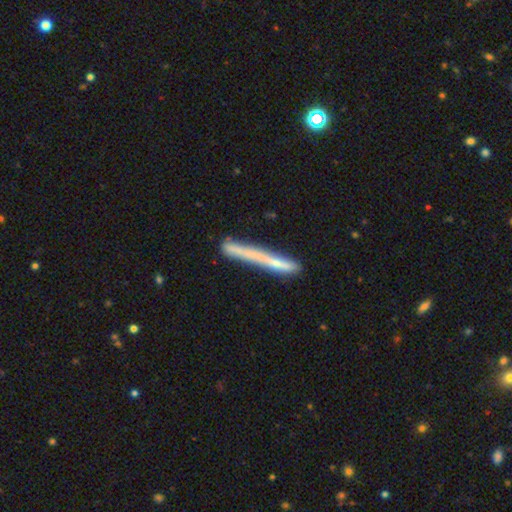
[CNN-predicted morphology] Smooth or featured?
  - smooth: 50% *
  - featured or disk: 42%
  - star or artifact: 8%
How rounded?
  - cigar-shaped: 97% *
  - in between: 2%
  - round: 1%
Merging?
  - none: 78% *
  - minor disturbance: 15%
  - merger: 4%
  - major disturbance: 3%